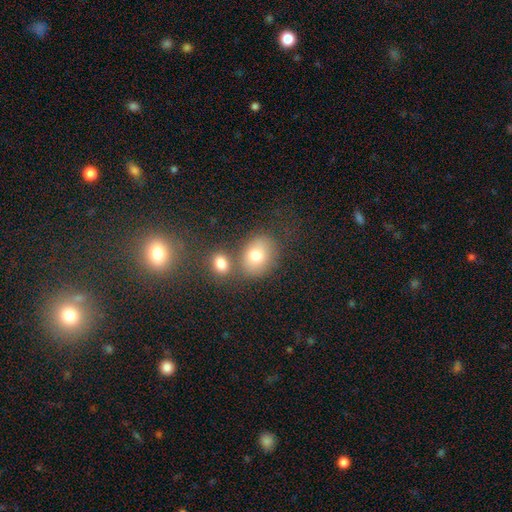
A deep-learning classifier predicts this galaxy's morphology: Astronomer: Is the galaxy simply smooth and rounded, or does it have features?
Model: smooth — 77%.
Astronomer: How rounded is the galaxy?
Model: round — 51% (runner-up: in between, 48%).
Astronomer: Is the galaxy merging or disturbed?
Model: none — 55%.